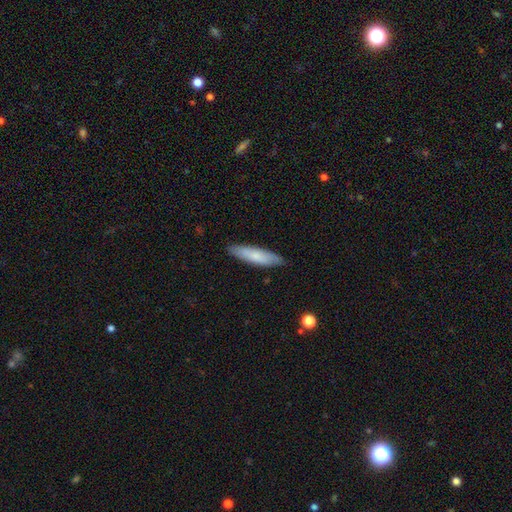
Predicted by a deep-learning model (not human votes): Smooth or featured?
  - smooth: 72% *
  - featured or disk: 22%
  - star or artifact: 6%
How rounded?
  - cigar-shaped: 73% *
  - in between: 26%
  - round: 1%
Merging?
  - none: 86% *
  - minor disturbance: 11%
  - major disturbance: 2%
  - merger: 1%